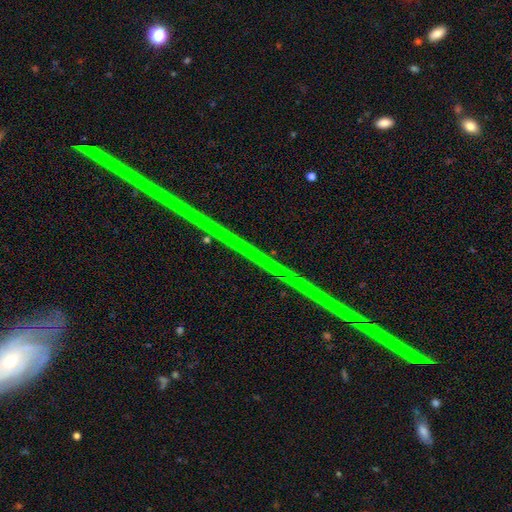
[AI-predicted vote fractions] Morphology: type=star or artifact (86%).